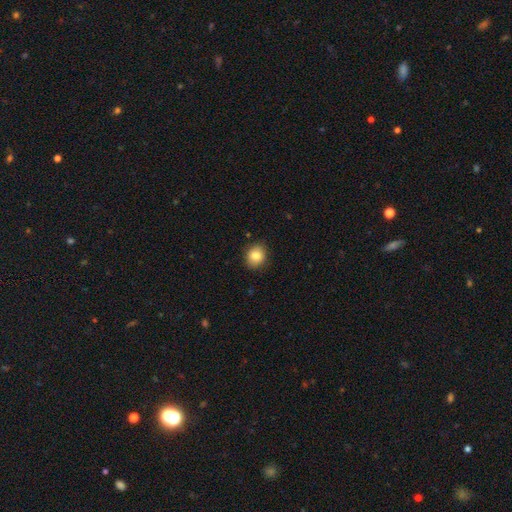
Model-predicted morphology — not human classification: smooth-or-featured: smooth: 84% | star or artifact: 9% | featured or disk: 7%
  how-rounded: round: 66% | in between: 33% | cigar-shaped: 1%
  merging: none: 88% | minor disturbance: 9% | major disturbance: 2% | merger: 1%